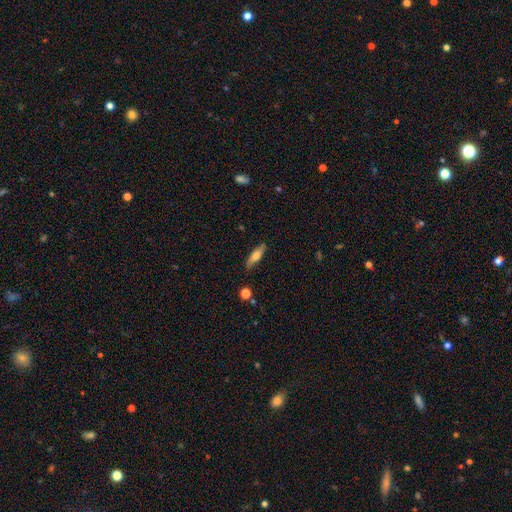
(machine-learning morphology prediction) smooth-or-featured: smooth: 65% | featured or disk: 28% | star or artifact: 7%
  how-rounded: cigar-shaped: 61% | in between: 37% | round: 2%
  merging: none: 82% | minor disturbance: 14% | major disturbance: 3% | merger: 2%